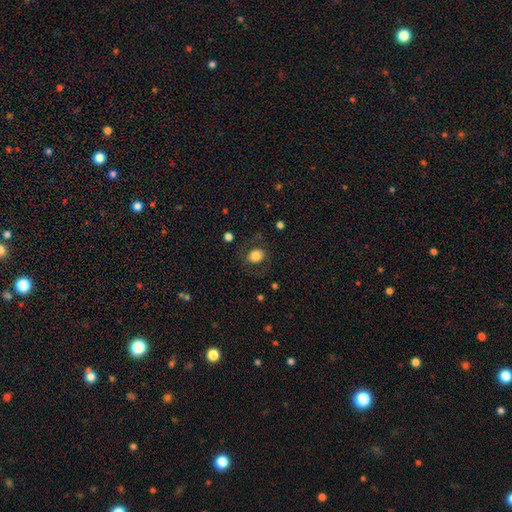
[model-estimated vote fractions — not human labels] Overall: smooth (74%). How rounded: round (62%; in between 37%). Merging: none (78%).